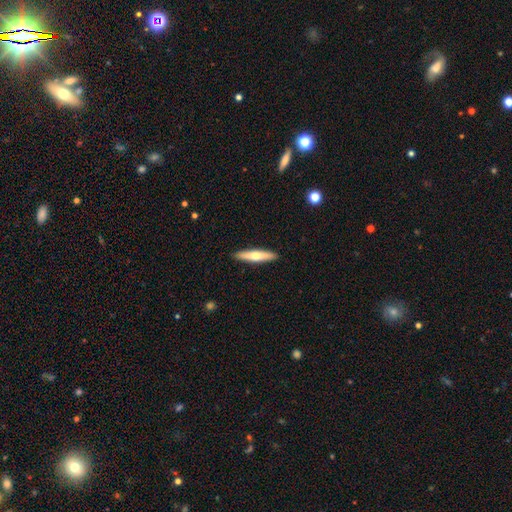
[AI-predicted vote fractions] This appears to be a smooth galaxy with no disk features (55%) that is cigar-shaped (85%). Merging: none (91%).